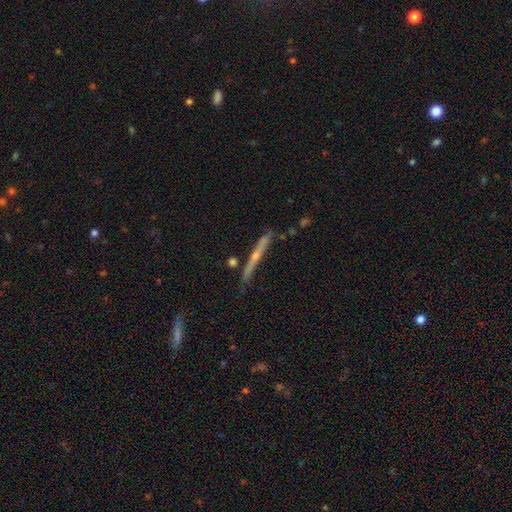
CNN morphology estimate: Smooth or featured? featured or disk (69%)
Edge-on disk? yes (96%)
Edge-on bulge? rounded (64%)
Merging? none (77%)